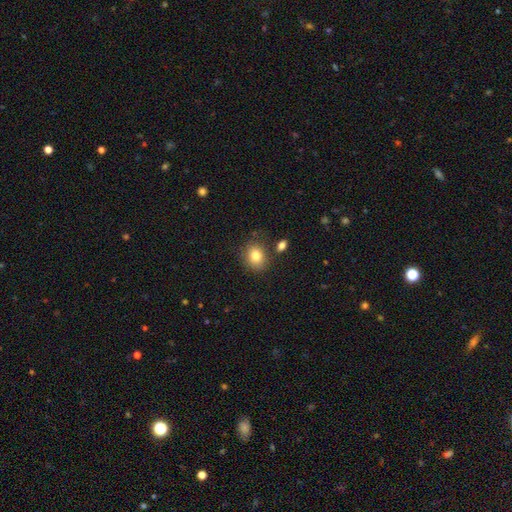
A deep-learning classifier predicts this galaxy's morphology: Smooth or featured? Predicted: smooth (p=0.82). How rounded? Predicted: round (p=0.60). Merging? Predicted: none (p=0.78).